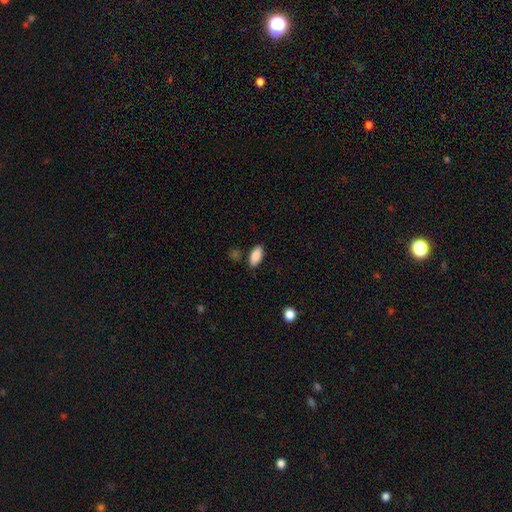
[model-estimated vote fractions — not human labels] smooth-or-featured: smooth: 89% | star or artifact: 7% | featured or disk: 5%
  how-rounded: in between: 90% | cigar-shaped: 8% | round: 2%
  merging: none: 84% | minor disturbance: 11% | merger: 3% | major disturbance: 2%